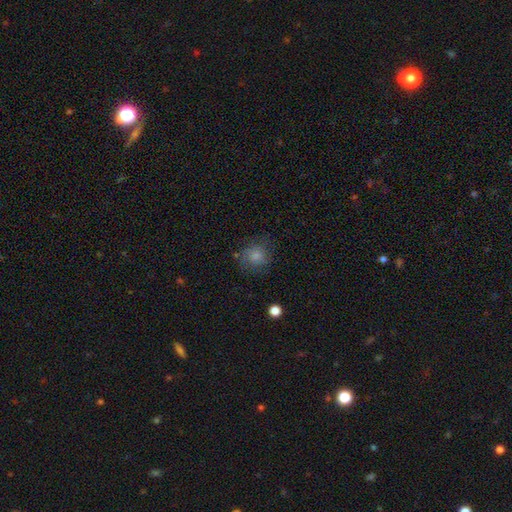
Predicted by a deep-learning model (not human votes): Morphology: type=smooth (69%); roundness=round (79%); merging=none (69%).